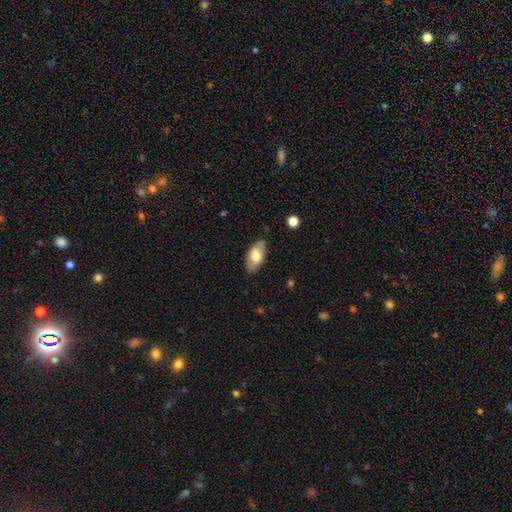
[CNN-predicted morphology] Q: Smooth or featured?
A: smooth (64%); runner-up: featured or disk (30%)
Q: How rounded?
A: in between (93%); runner-up: cigar-shaped (4%)
Q: Merging?
A: none (80%); runner-up: minor disturbance (15%)